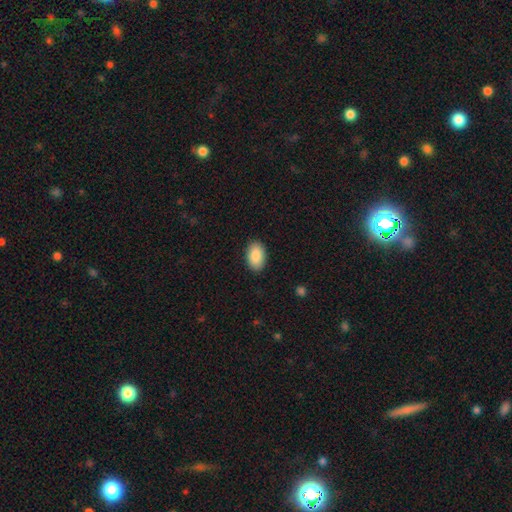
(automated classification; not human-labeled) Smooth or featured?
  - smooth: 89% *
  - star or artifact: 6%
  - featured or disk: 5%
How rounded?
  - in between: 92% *
  - round: 7%
  - cigar-shaped: 1%
Merging?
  - none: 89% *
  - minor disturbance: 8%
  - major disturbance: 2%
  - merger: 1%